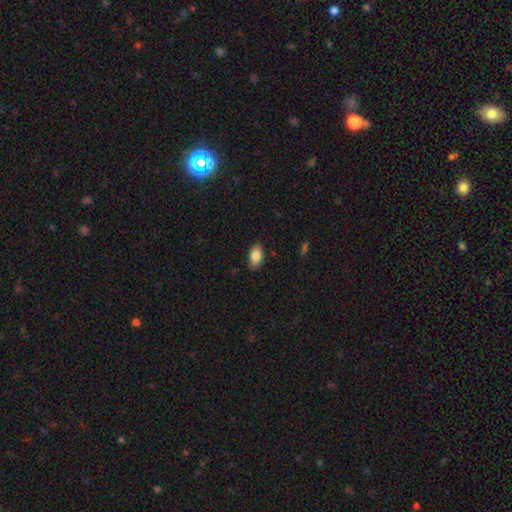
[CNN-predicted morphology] smooth_or_featured: smooth (p=0.85) [alt: featured or disk p=0.08]
how_rounded: in between (p=0.93) [alt: round p=0.04]
merging: none (p=0.85) [alt: minor disturbance p=0.12]